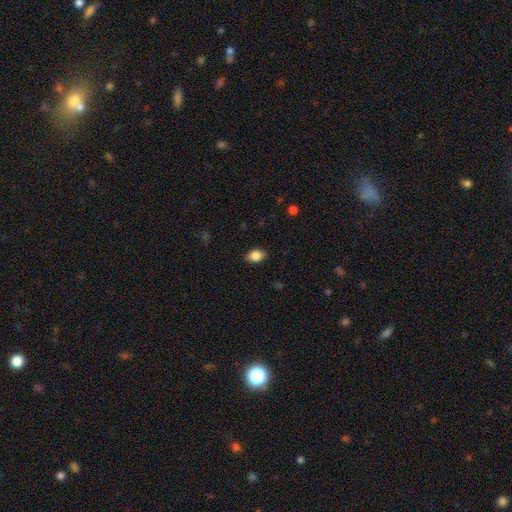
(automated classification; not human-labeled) smooth-or-featured: smooth: 85% | star or artifact: 8% | featured or disk: 6%
  how-rounded: in between: 82% | round: 17% | cigar-shaped: 1%
  merging: none: 87% | minor disturbance: 10% | major disturbance: 2% | merger: 1%